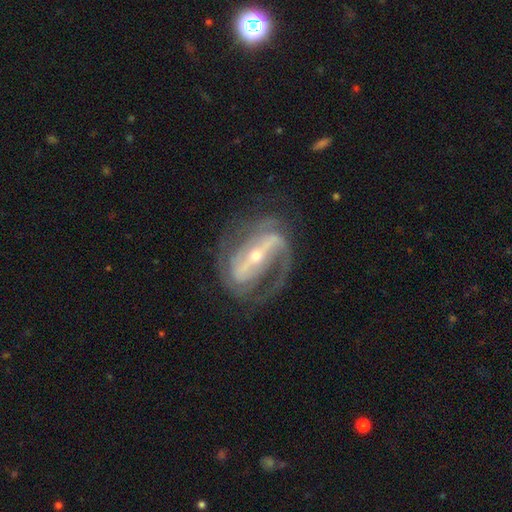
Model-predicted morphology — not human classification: Smooth or featured: featured or disk — 90% (star or artifact — 5%)
Edge-on disk: no — 94% (yes — 6%)
Bar: strong — 70% (weak — 20%)
Spiral arms: yes — 95% (no — 5%)
Spiral winding: medium — 45% (tight — 35%)
Spiral arm count: 2 — 62% (can't tell — 11%)
Bulge size: small — 62% (moderate — 35%)
Merging: none — 64% (minor disturbance — 18%)